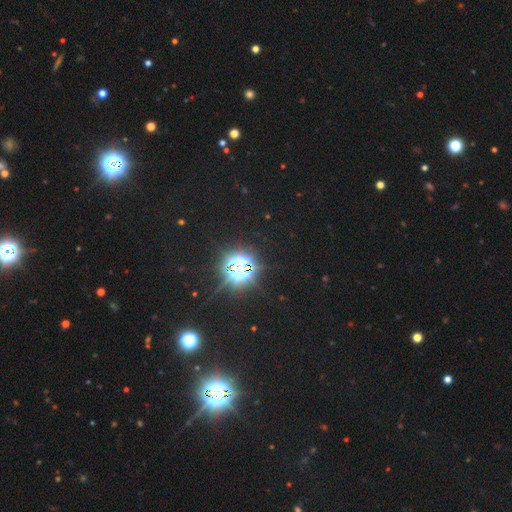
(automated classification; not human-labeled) A star or artifact, not a galaxy (74%).

Vote fractions:
- Smooth or featured? star or artifact: 74% / smooth: 20% / featured or disk: 6%